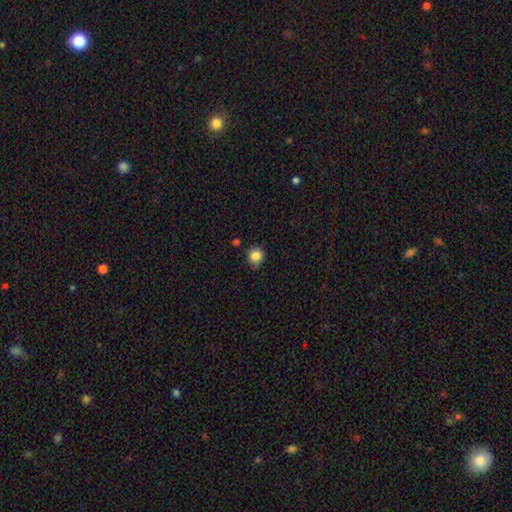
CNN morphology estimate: This is clearly a smooth galaxy (85%). How rounded: clearly round (91%). Merging: clearly none (83%).